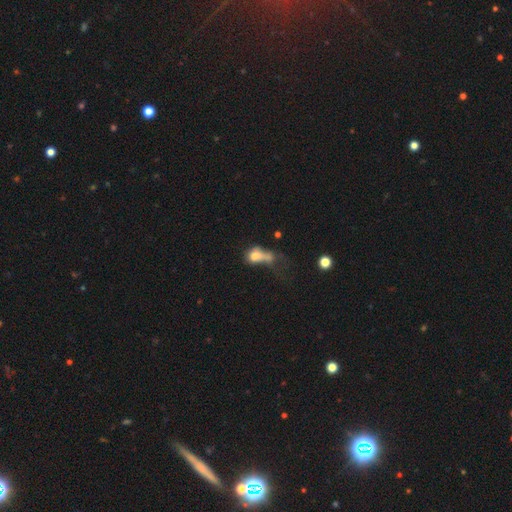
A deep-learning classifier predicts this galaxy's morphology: A smooth galaxy with no disk features (64%) that is in between round and cigar-shaped (57%). Merging: major disturbance (42%).